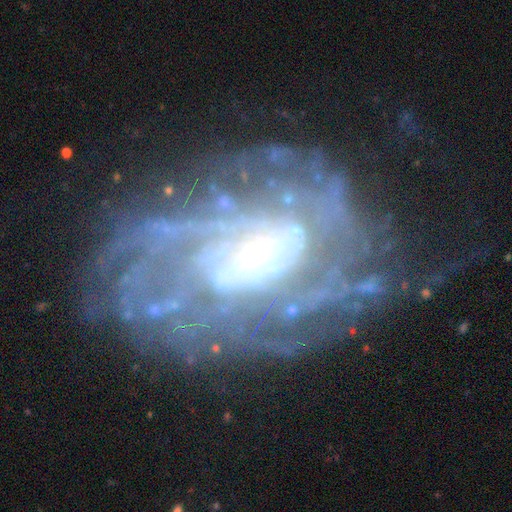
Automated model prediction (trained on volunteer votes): The model was most divided on "bar": no: 48%, weak: 36%, strong: 16%. Remaining: edge-on disk — no (96%); spiral arms — yes (88%); smooth or featured — featured or disk (84%); bulge size — small (64%); merging — none (61%); spiral winding — tight (57%); spiral arm count — can't tell (42%).